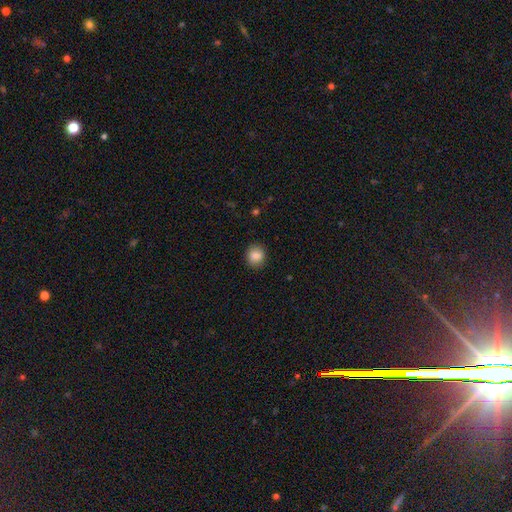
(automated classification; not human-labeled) smooth_or_featured: smooth (p=0.86) [alt: star or artifact p=0.09]
how_rounded: round (p=0.79) [alt: in between p=0.20]
merging: none (p=0.90) [alt: minor disturbance p=0.07]